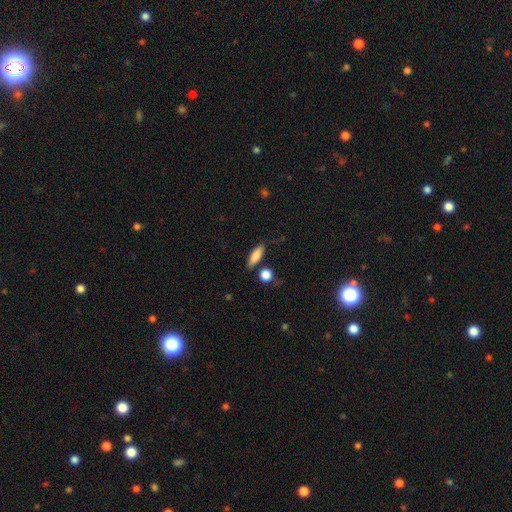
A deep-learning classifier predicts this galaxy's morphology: Smooth or featured: smooth — 82% (featured or disk — 11%)
How rounded: in between — 62% (cigar-shaped — 32%)
Merging: none — 75% (minor disturbance — 15%)